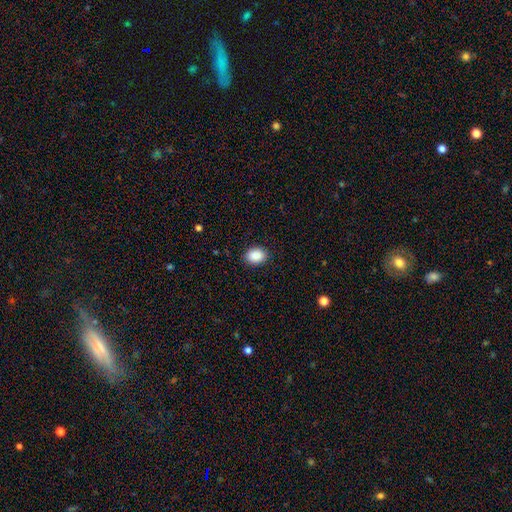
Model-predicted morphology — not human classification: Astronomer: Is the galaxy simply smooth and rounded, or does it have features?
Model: smooth — 89%.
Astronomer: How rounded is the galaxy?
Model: in between — 66%.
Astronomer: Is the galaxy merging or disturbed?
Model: none — 89%.